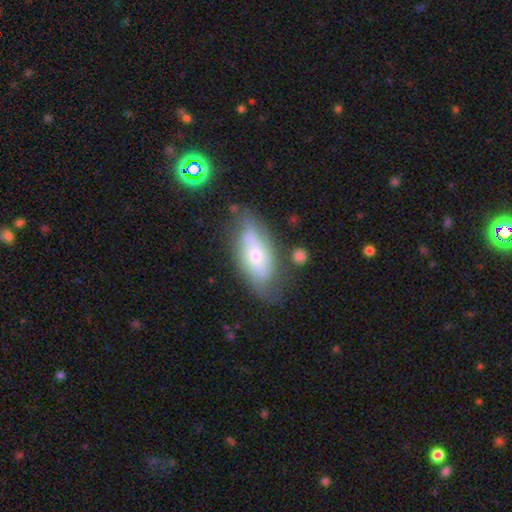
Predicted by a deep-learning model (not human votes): smooth-or-featured: featured or disk: 57% | smooth: 35% | star or artifact: 8%
  disk-edge-on: no: 81% | yes: 19%
  merging: none: 62% | minor disturbance: 24% | major disturbance: 9% | merger: 5%